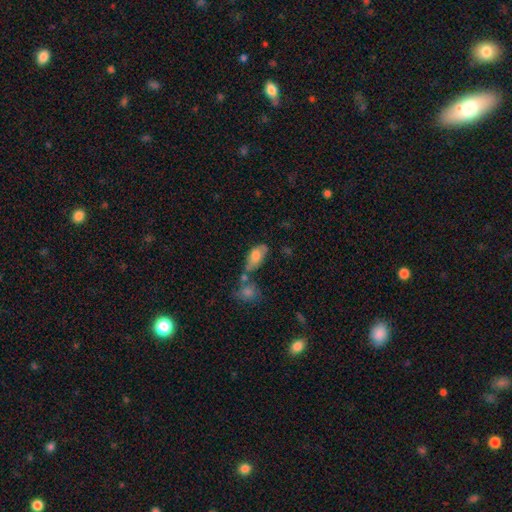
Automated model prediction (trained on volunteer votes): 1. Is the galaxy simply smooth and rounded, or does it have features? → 72% smooth, 20% featured or disk, 8% star or artifact.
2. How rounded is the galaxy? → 87% in between, 7% cigar-shaped, 6% round.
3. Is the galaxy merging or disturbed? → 37% none, 28% merger, 23% minor disturbance, 12% major disturbance.